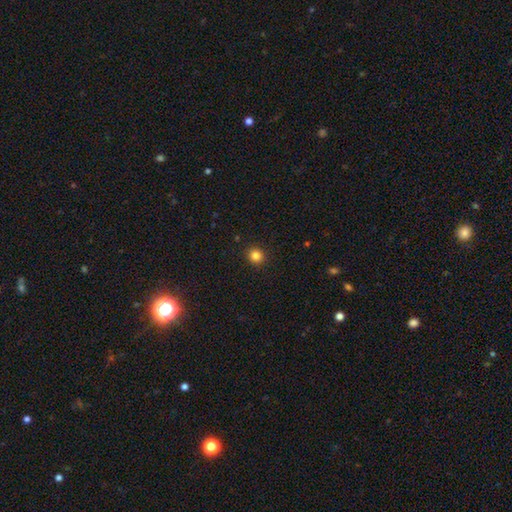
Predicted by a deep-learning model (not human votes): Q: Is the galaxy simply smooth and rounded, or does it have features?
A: smooth — 84%.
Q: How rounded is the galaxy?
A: round — 90%.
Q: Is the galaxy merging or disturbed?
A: none — 92%.